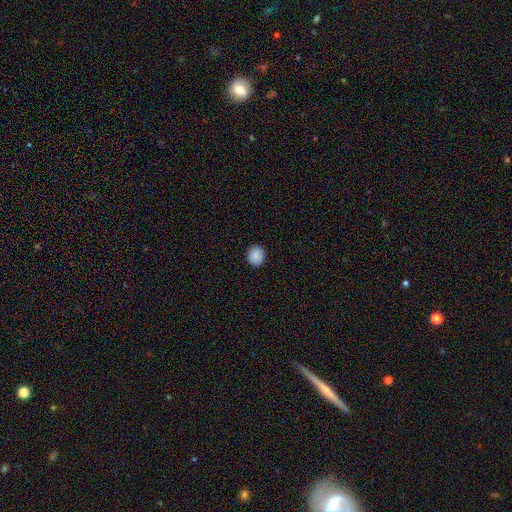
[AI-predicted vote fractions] smooth_or_featured: smooth (p=0.89) [alt: star or artifact p=0.08]
how_rounded: round (p=0.73) [alt: in between p=0.26]
merging: none (p=0.91) [alt: minor disturbance p=0.06]